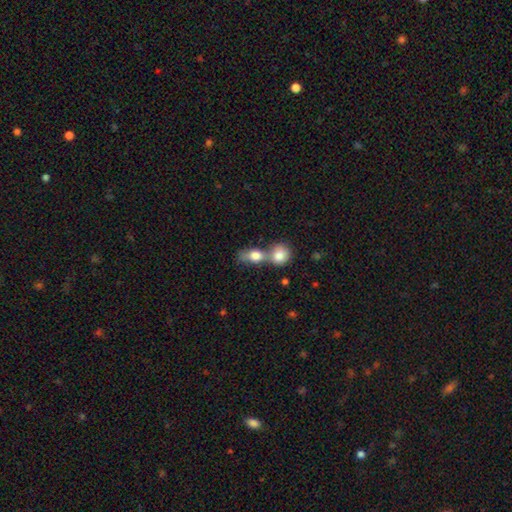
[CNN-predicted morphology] type=smooth (80%); roundness=in between (60%); merging=merger (64%).